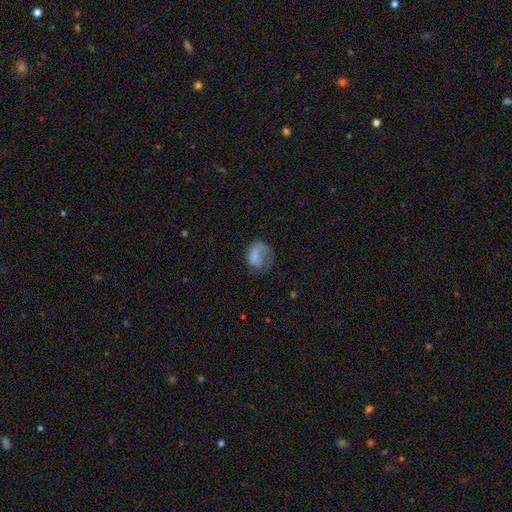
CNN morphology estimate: type=smooth (65%); roundness=in between (51%); merging=major disturbance (39%).